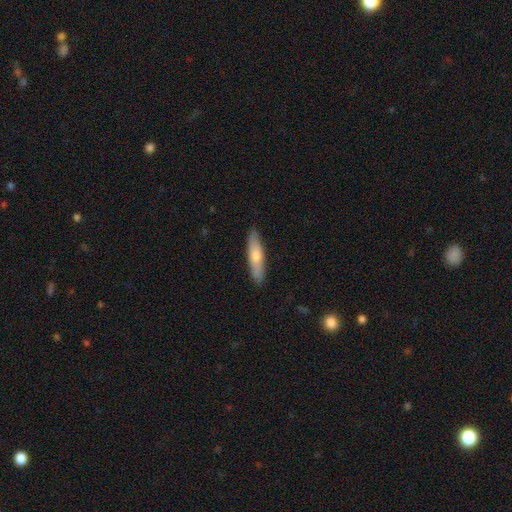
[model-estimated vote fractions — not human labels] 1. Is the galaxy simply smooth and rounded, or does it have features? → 61% smooth, 34% featured or disk, 5% star or artifact.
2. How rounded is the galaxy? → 76% cigar-shaped, 23% in between, 2% round.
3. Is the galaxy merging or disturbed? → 88% none, 9% minor disturbance, 2% major disturbance, 1% merger.